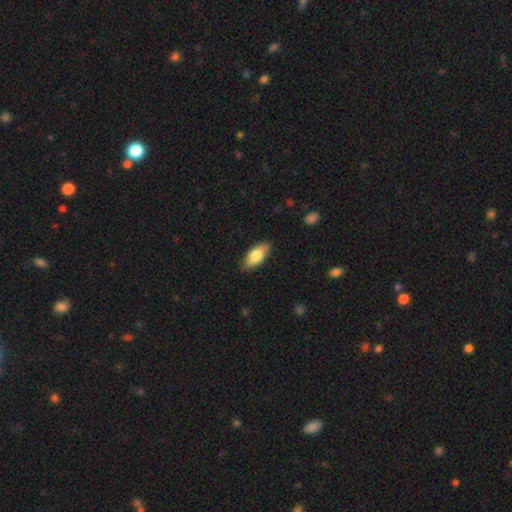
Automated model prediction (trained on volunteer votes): Q: Smooth or featured?
A: smooth (80%); runner-up: featured or disk (14%)
Q: How rounded?
A: in between (86%); runner-up: cigar-shaped (12%)
Q: Merging?
A: none (86%); runner-up: minor disturbance (11%)